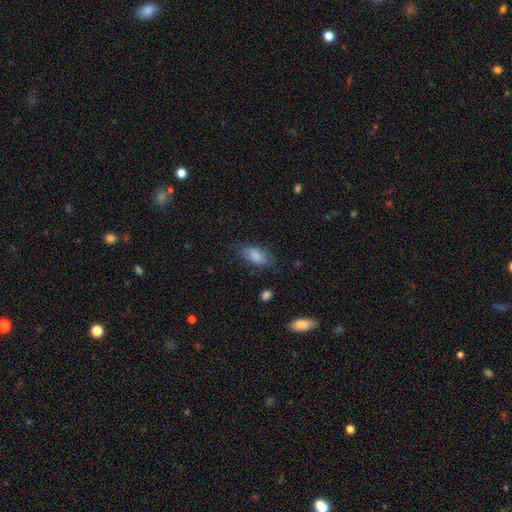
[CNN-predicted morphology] Smooth or featured? Predicted: smooth (p=0.82). How rounded? Predicted: in between (p=0.90). Merging? Predicted: none (p=0.70).